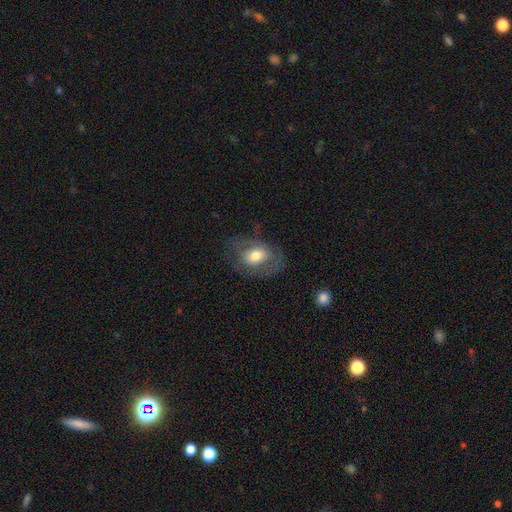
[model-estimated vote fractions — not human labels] A smooth galaxy with no disk features (53%) that is in between round and cigar-shaped (70%). Merging: none (63%).